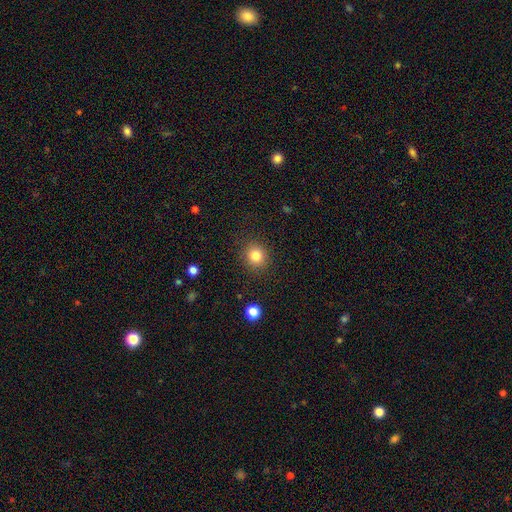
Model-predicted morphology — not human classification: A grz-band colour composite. It shows a smooth galaxy with no disk features (82%) that is round (87%). Merging: none (89%).